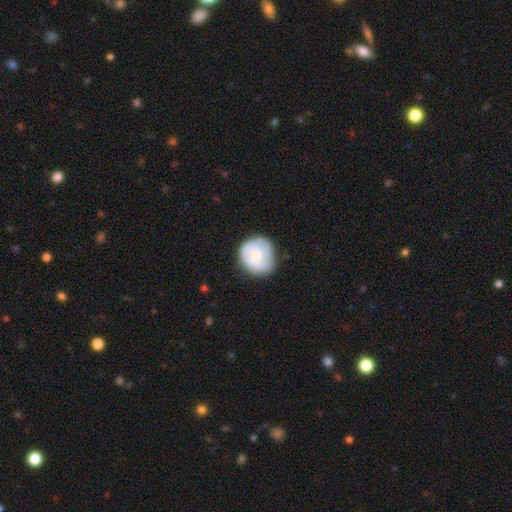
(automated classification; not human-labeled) This appears to be a featured or disk galaxy (50%). Merging: none (72%).